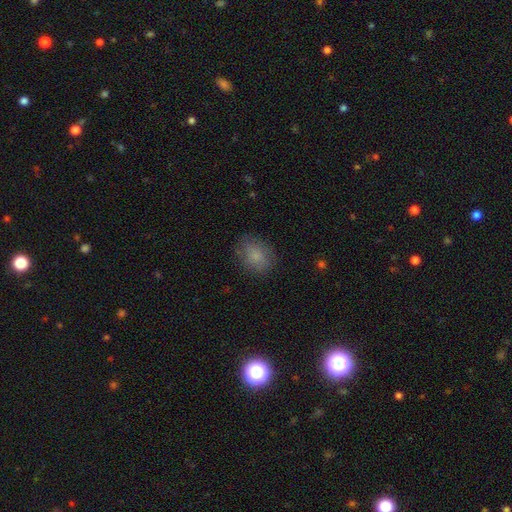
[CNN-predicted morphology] smooth-or-featured: smooth: 81% | featured or disk: 10% | star or artifact: 9%
  how-rounded: in between: 54% | round: 45% | cigar-shaped: 1%
  merging: none: 79% | minor disturbance: 15% | major disturbance: 5% | merger: 1%